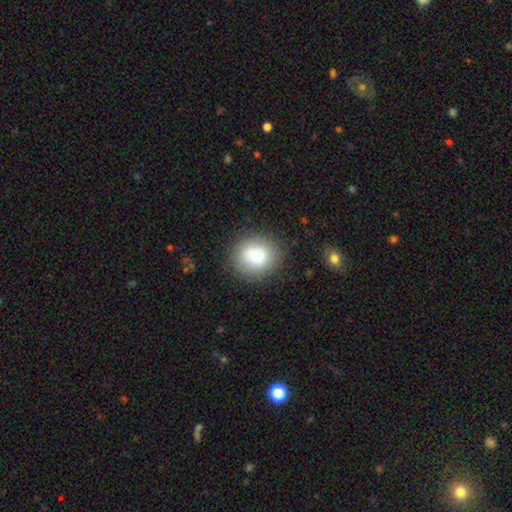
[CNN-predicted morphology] This appears to be a smooth galaxy with no disk features (73%) that is round (83%). Merging: none (81%).